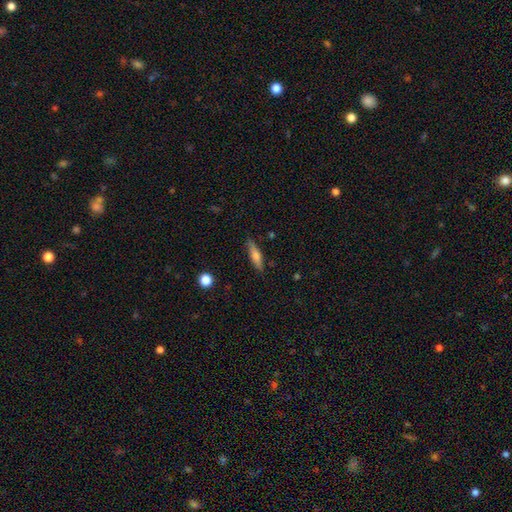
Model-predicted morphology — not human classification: Q: Smooth or featured?
A: smooth (60%); runner-up: featured or disk (33%)
Q: How rounded?
A: cigar-shaped (71%); runner-up: in between (27%)
Q: Merging?
A: none (85%); runner-up: minor disturbance (11%)